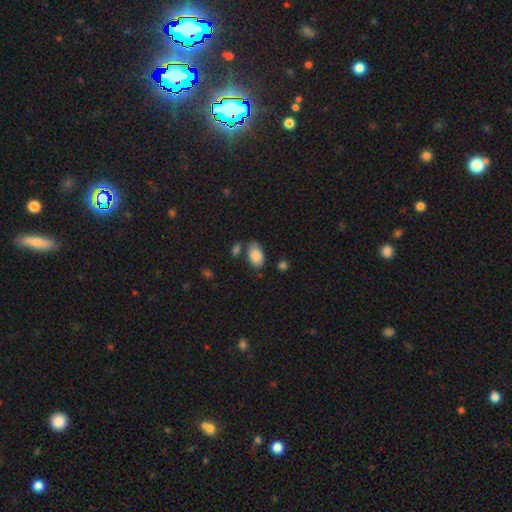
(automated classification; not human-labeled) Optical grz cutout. It shows a smooth galaxy with no disk features (87%) that is in between round and cigar-shaped (92%). Merging: none (65%).